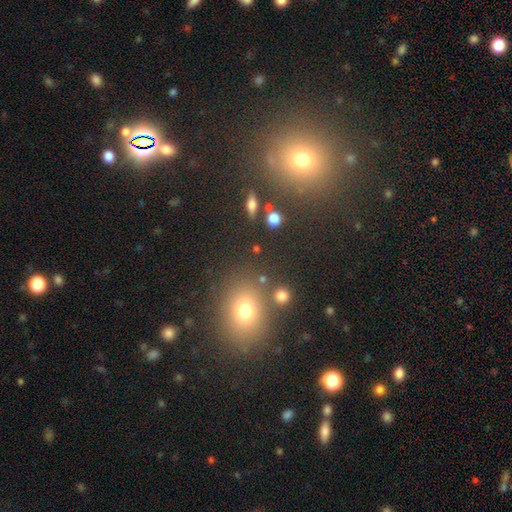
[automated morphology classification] smooth-or-featured: smooth: 50% | star or artifact: 41% | featured or disk: 10%
  merging: none: 85% | minor disturbance: 8% | merger: 5% | major disturbance: 3%